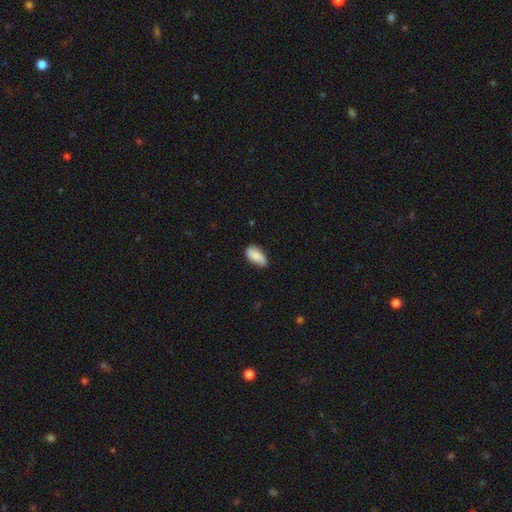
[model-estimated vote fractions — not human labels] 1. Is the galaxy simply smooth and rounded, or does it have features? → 83% smooth, 11% featured or disk, 7% star or artifact.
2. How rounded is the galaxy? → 91% in between, 5% cigar-shaped, 3% round.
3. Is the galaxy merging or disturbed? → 68% none, 26% minor disturbance, 4% major disturbance, 2% merger.